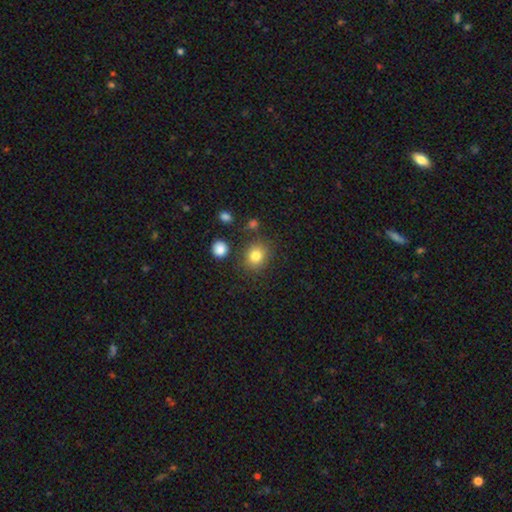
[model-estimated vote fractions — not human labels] smooth 81%, star or artifact 11%, featured or disk 7%. Down the decision tree: how rounded — round (76%); merging — none (81%).